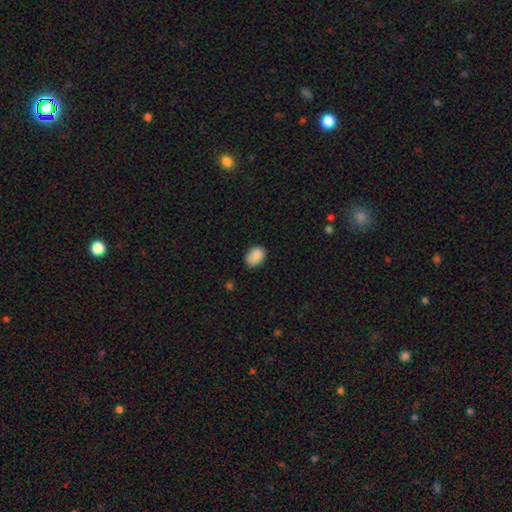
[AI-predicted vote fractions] smooth 89%, star or artifact 7%, featured or disk 3%. Down the decision tree: how rounded — in between (85%); merging — none (80%).